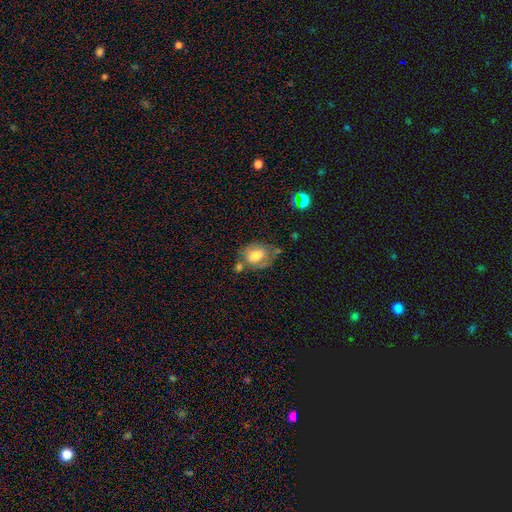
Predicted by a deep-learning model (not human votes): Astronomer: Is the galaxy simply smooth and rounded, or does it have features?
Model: smooth — 60%.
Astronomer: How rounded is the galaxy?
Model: in between — 66%.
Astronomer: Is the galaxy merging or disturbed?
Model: none — 43% (runner-up: minor disturbance, 26%).